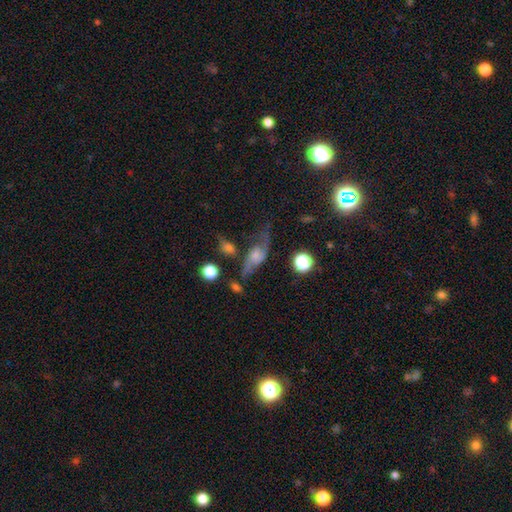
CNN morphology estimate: Smooth or featured: featured or disk — 69% (smooth — 19%)
Edge-on disk: no — 86% (yes — 14%)
Bar: no — 63% (weak — 30%)
Spiral arms: yes — 88% (no — 12%)
Spiral winding: loose — 73% (medium — 21%)
Spiral arm count: 2 — 88% (can't tell — 5%)
Bulge size: small — 31% (moderate — 30%)
Merging: none — 50% (minor disturbance — 22%)